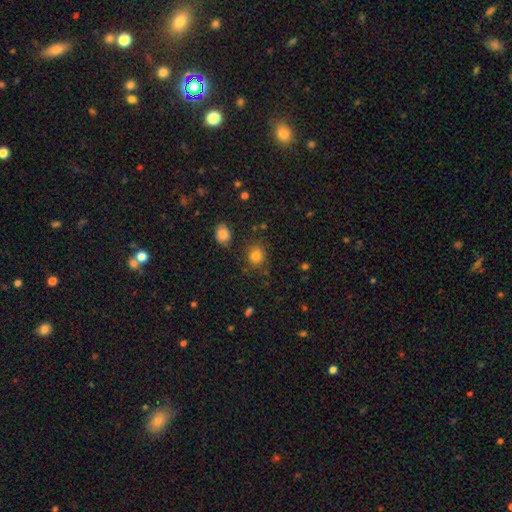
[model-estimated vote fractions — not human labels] smooth_or_featured: smooth (p=0.82) [alt: star or artifact p=0.12]
how_rounded: round (p=0.74) [alt: in between p=0.25]
merging: none (p=0.81) [alt: minor disturbance p=0.11]